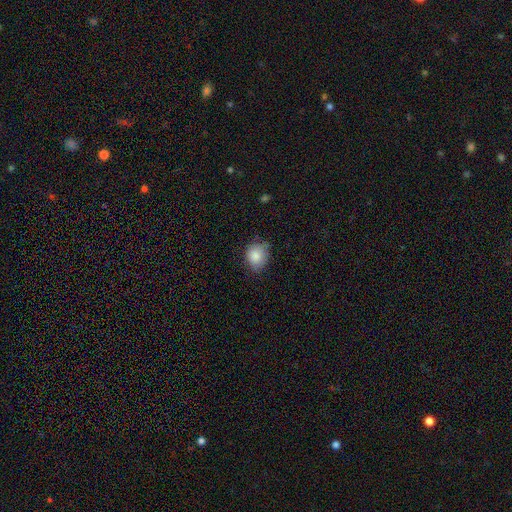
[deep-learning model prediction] Smooth or featured? smooth (86%)
How rounded? round (61%)
Merging? none (66%)